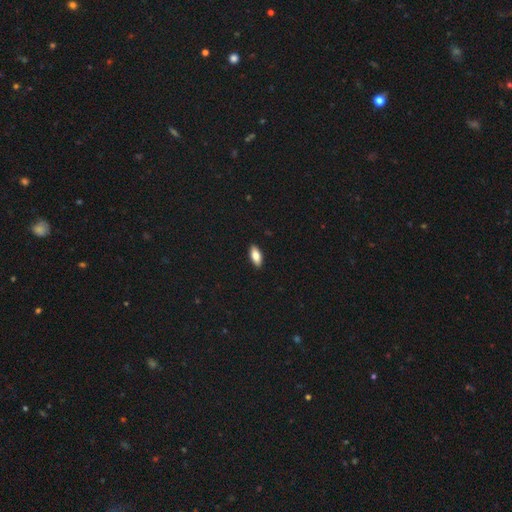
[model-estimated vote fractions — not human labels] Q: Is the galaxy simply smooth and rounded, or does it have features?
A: smooth — 81%.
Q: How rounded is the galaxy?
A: in between — 84%.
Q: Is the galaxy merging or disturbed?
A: none — 91%.